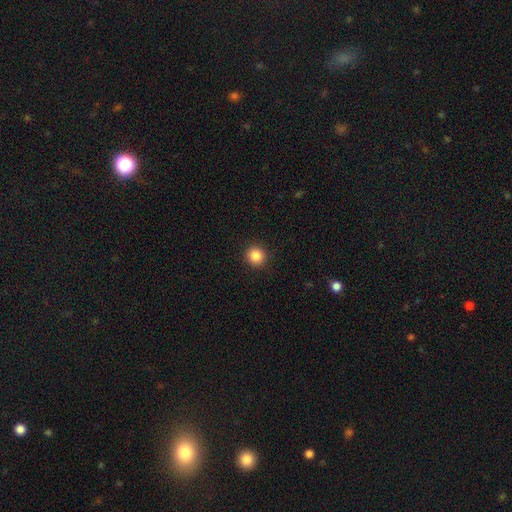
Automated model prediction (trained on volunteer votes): Smooth or featured? Predicted: smooth (p=0.86). How rounded? Predicted: round (p=0.94). Merging? Predicted: none (p=0.93).